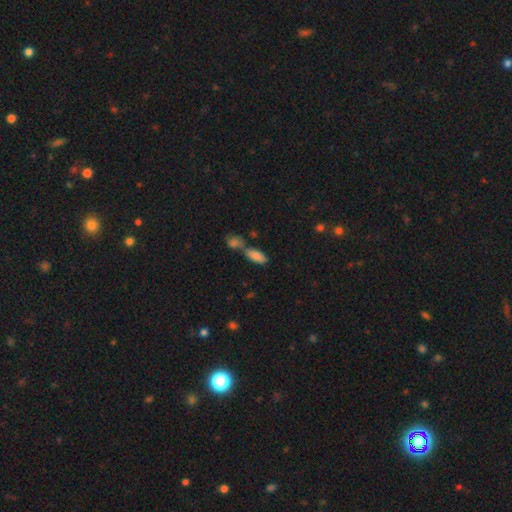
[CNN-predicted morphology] Smooth or featured: smooth — 83% (featured or disk — 9%)
How rounded: in between — 83% (cigar-shaped — 14%)
Merging: none — 49% (merger — 35%)